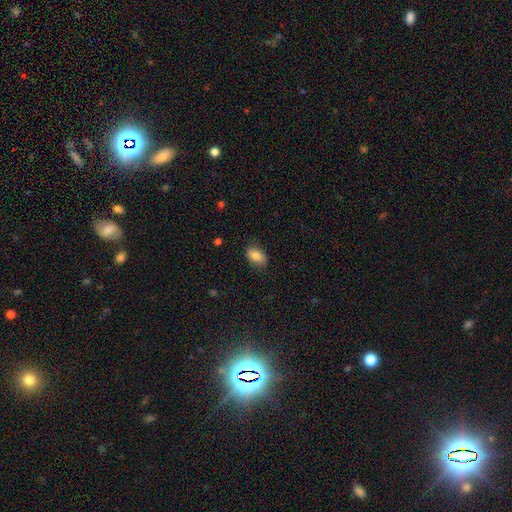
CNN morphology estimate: The model was most divided on "merging": none: 80%, minor disturbance: 15%, major disturbance: 3%, merger: 1%. More confident: how rounded — in between (88%); smooth or featured — smooth (82%).